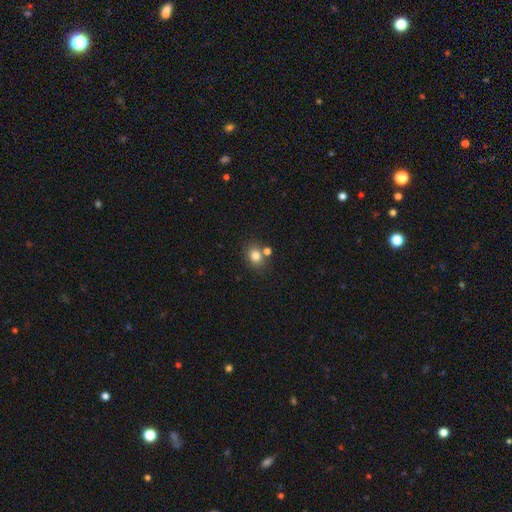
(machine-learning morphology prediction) Overall: smooth (81%). How rounded: round (53%; in between 46%). Merging: none (68%).